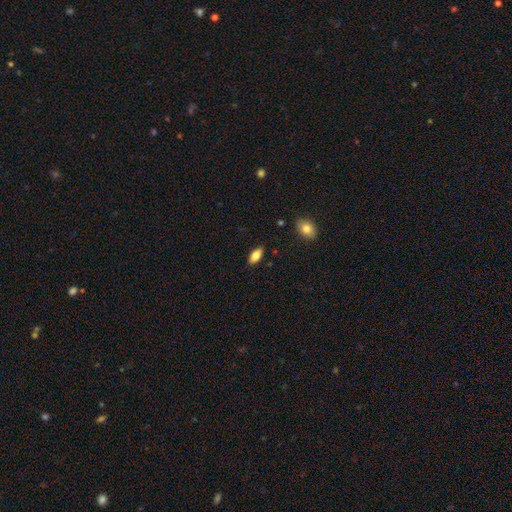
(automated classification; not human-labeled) This appears to be a smooth galaxy with no disk features (79%) that is in between round and cigar-shaped (89%). Merging: none (86%).